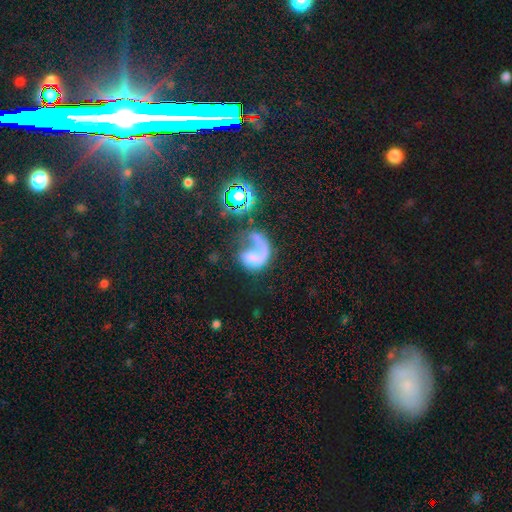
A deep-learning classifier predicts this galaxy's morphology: smooth-or-featured: featured or disk: 60% | smooth: 29% | star or artifact: 11%
  disk-edge-on: no: 98% | yes: 2%
    bar: no: 72% | weak: 21% | strong: 7%
    has-spiral-arms: yes: 79% | no: 21%
    bulge-size: none: 40% | small: 21% | moderate: 20% | large: 13% | dominant: 6%
  merging: major disturbance: 48% | none: 28% | minor disturbance: 13% | merger: 11%